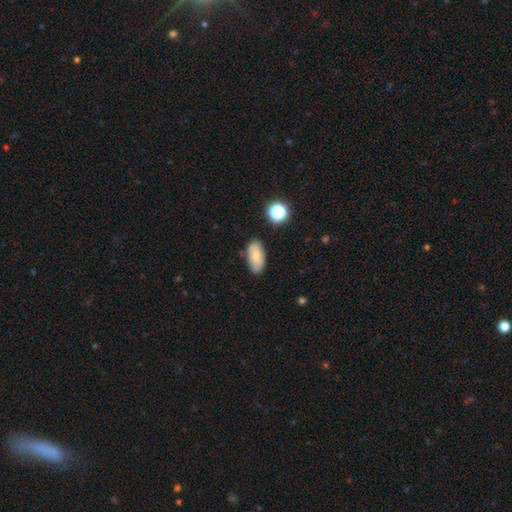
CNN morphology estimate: Smooth or featured: smooth — 77% (featured or disk — 15%)
How rounded: in between — 90% (cigar-shaped — 6%)
Merging: none — 79% (minor disturbance — 15%)